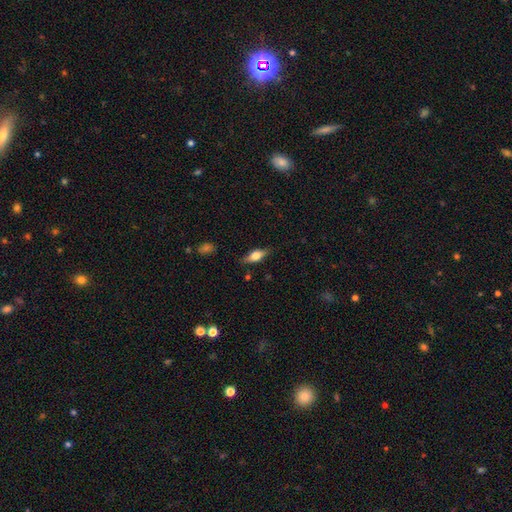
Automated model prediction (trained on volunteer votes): Smooth or featured? Predicted: smooth (p=0.54). How rounded? Predicted: in between (p=0.67). Merging? Predicted: none (p=0.81).